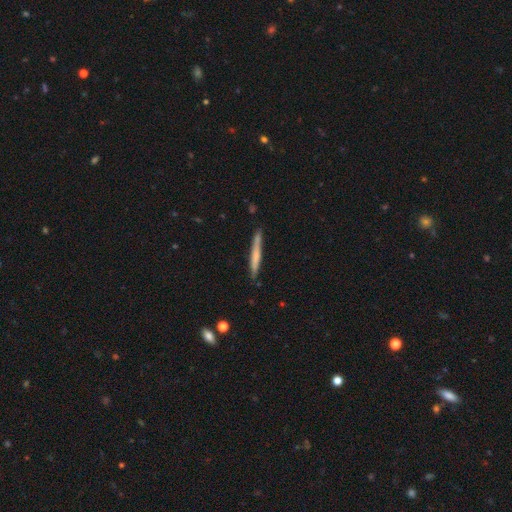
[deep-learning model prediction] Smooth or featured?
  - smooth: 57% *
  - featured or disk: 37%
  - star or artifact: 5%
How rounded?
  - cigar-shaped: 96% *
  - in between: 2%
  - round: 1%
Merging?
  - none: 87% *
  - minor disturbance: 10%
  - major disturbance: 2%
  - merger: 2%